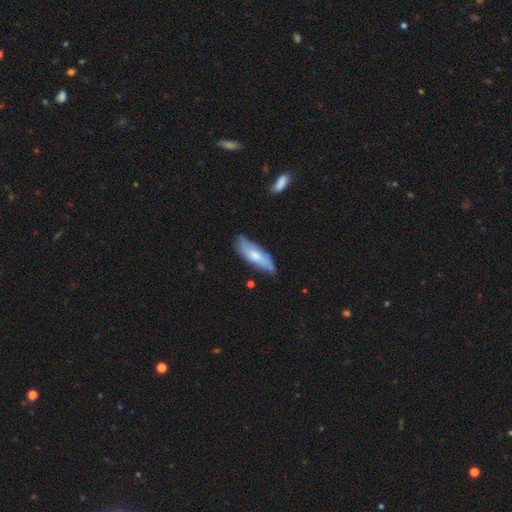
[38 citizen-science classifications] A smooth galaxy with no disk features (63%) that is in between round and cigar-shaped (67%). Merging: none (67%).